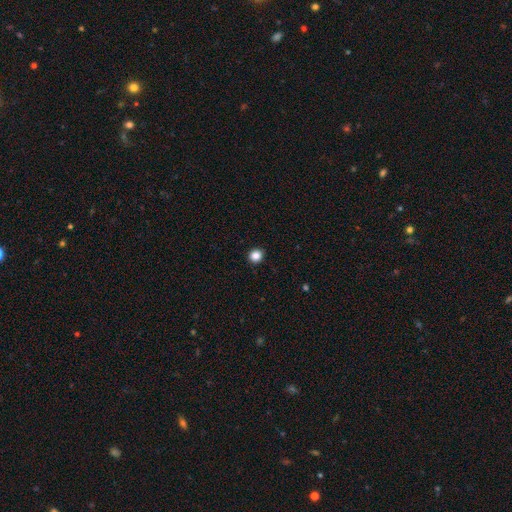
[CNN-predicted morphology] smooth-or-featured: smooth: 86% | star or artifact: 11% | featured or disk: 3%
  how-rounded: round: 90% | in between: 9% | cigar-shaped: 1%
  merging: none: 93% | minor disturbance: 5% | major disturbance: 2% | merger: 1%